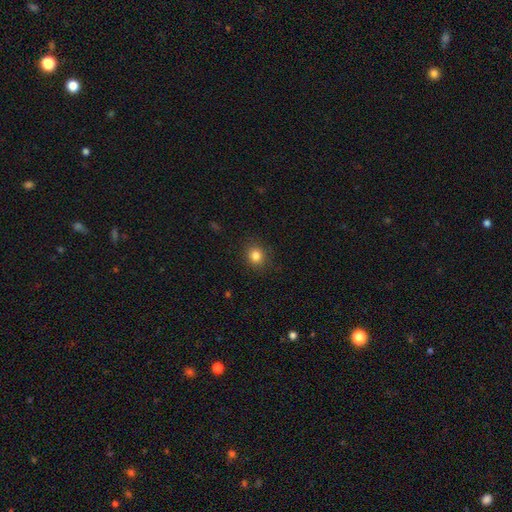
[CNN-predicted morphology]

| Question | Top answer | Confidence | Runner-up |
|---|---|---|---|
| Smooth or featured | smooth | 83% | star or artifact (12%) |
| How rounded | round | 80% | in between (19%) |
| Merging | none | 88% | minor disturbance (8%) |